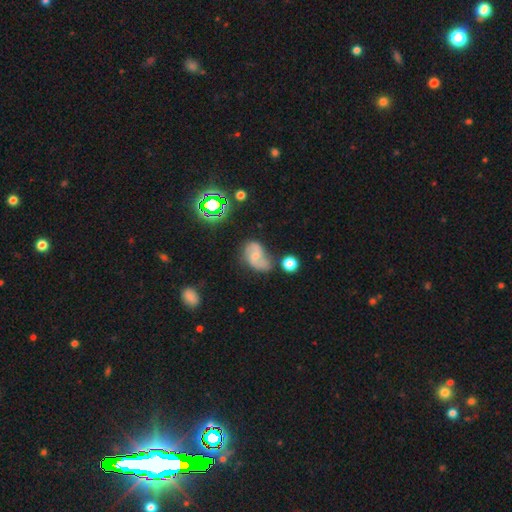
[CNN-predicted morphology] This is likely a featured or disk galaxy (64%). It is clearly not viewed edge-on (97%). Bar: possibly no (48%). Spiral arm pattern: clearly yes (88%). Spiral arm count: clearly 2 (85%). Spiral winding: marginally loose (43%). Central bulge: possibly small (58%). Merging: possibly none (46%).